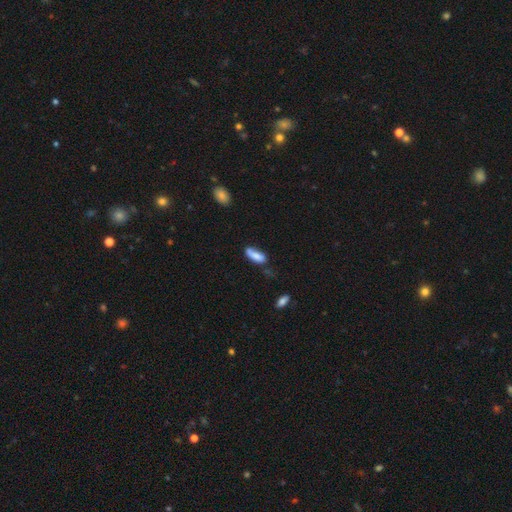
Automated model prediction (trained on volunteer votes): smooth 76%, featured or disk 16%, star or artifact 8%. Down the decision tree: how rounded — in between (70%); merging — none (49%).